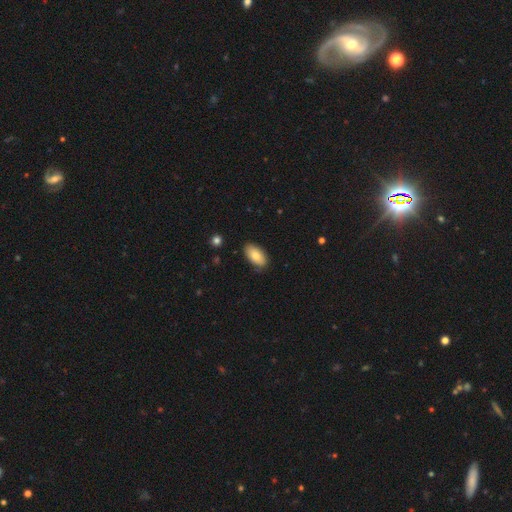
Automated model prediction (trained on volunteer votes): Smooth or featured? Predicted: smooth (p=0.81). How rounded? Predicted: in between (p=0.94). Merging? Predicted: none (p=0.83).